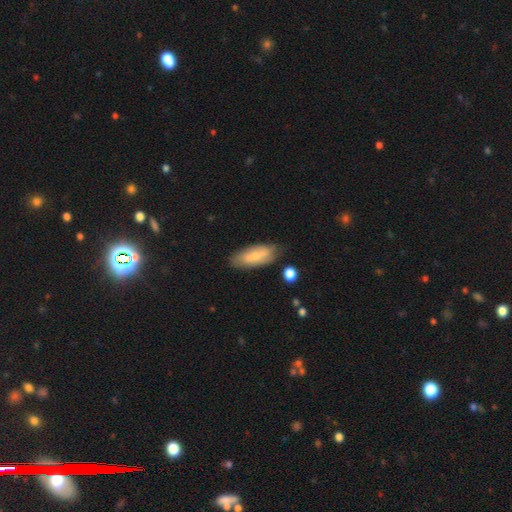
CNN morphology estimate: smooth-or-featured: smooth: 65% | featured or disk: 29% | star or artifact: 6%
  how-rounded: in between: 75% | cigar-shaped: 23% | round: 2%
  merging: none: 74% | minor disturbance: 19% | major disturbance: 4% | merger: 3%